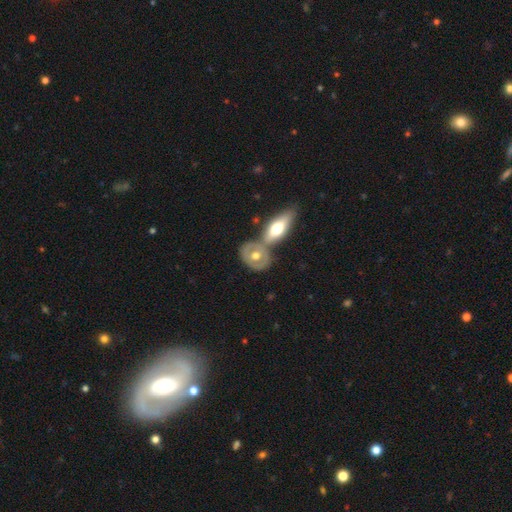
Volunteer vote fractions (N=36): Smooth or featured?
  - featured or disk: 53% *
  - smooth: 44%
  - star or artifact: 3%
Edge-on disk?
  - no: 84% *
  - yes: 16%
Bar?
  - no: 100% *
  - strong: 0%
  - weak: 0%
Spiral arms?
  - no: 100% *
  - yes: 0%
Bulge size?
  - moderate: 75% *
  - large: 12%
  - small: 12%
  - dominant: 0%
  - none: 0%
Merging?
  - none: 49% *
  - merger: 40%
  - minor disturbance: 9%
  - major disturbance: 3%